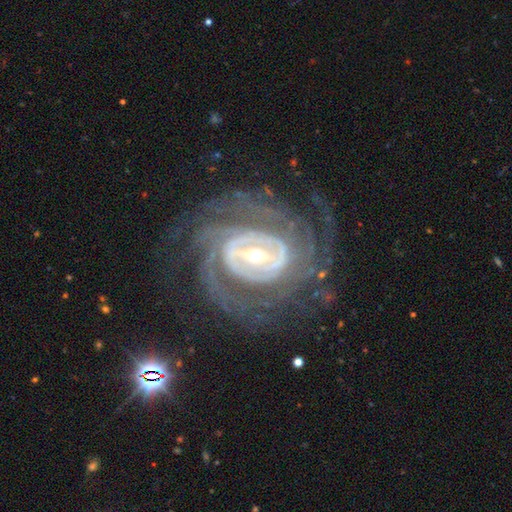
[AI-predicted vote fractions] smooth_or_featured: featured or disk (p=0.91) [alt: star or artifact p=0.05]
disk_edge_on: no (p=0.97) [alt: yes p=0.03]
bar: strong (p=0.55) [alt: weak p=0.33]
has_spiral_arms: yes (p=0.97) [alt: no p=0.03]
spiral_winding: tight (p=0.66) [alt: medium p=0.26]
spiral_arm_count: can't tell (p=0.27) [alt: 2 p=0.21]
bulge_size: moderate (p=0.50) [alt: small p=0.42]
merging: none (p=0.70) [alt: minor disturbance p=0.15]